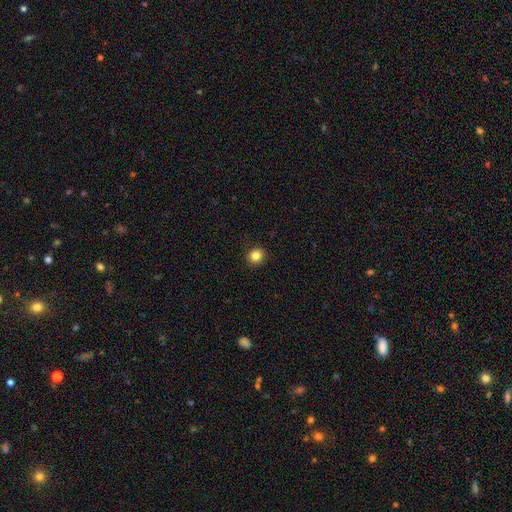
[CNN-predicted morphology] Smooth or featured? smooth (84%)
How rounded? round (85%)
Merging? none (92%)